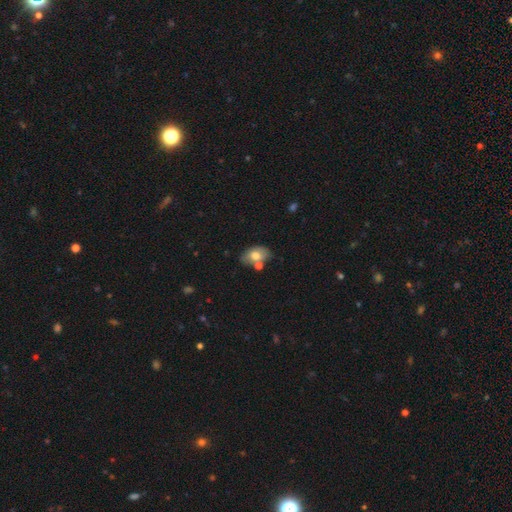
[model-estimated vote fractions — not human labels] A smooth galaxy with no disk features (67%) that is in between round and cigar-shaped (88%). Merging: none (56%).